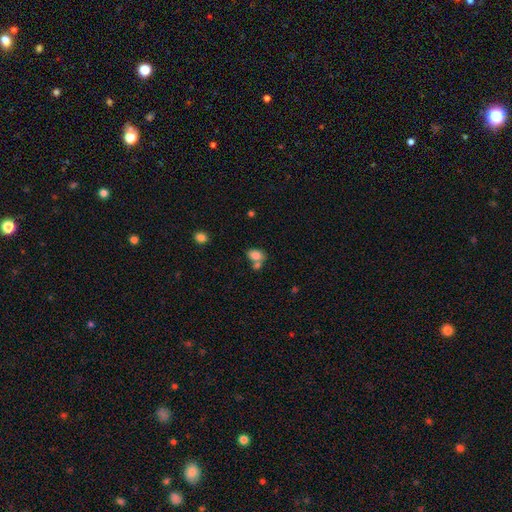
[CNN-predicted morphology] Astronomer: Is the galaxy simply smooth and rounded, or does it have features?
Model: smooth — 81%.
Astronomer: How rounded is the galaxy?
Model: in between — 81%.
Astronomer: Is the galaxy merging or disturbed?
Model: none — 43% (runner-up: merger, 40%).